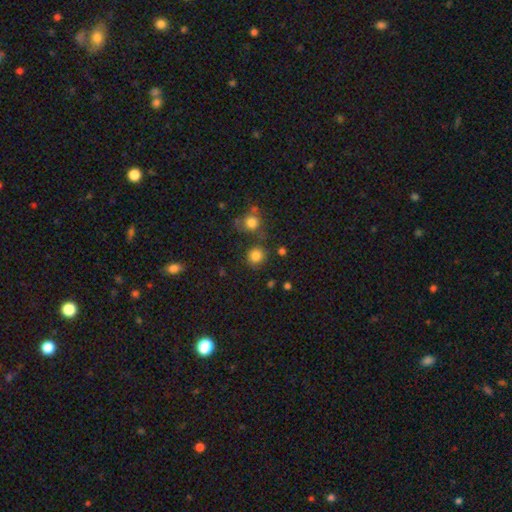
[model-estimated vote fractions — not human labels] A smooth galaxy with no disk features (82%) that is round (90%).

Vote fractions:
- Smooth or featured? smooth: 82% / star or artifact: 13% / featured or disk: 5%
- How rounded? round: 90% / in between: 9% / cigar-shaped: 1%
- Merging? none: 79% / minor disturbance: 9% / merger: 8% / major disturbance: 4%